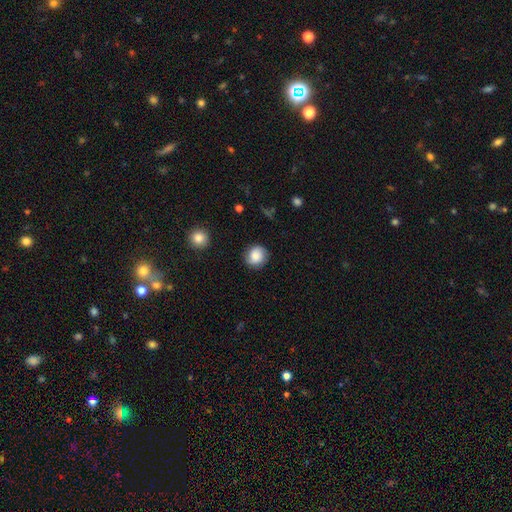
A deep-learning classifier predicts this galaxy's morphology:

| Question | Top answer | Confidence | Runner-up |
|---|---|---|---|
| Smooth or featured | smooth | 75% | featured or disk (16%) |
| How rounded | round | 88% | in between (11%) |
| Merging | none | 83% | minor disturbance (12%) |